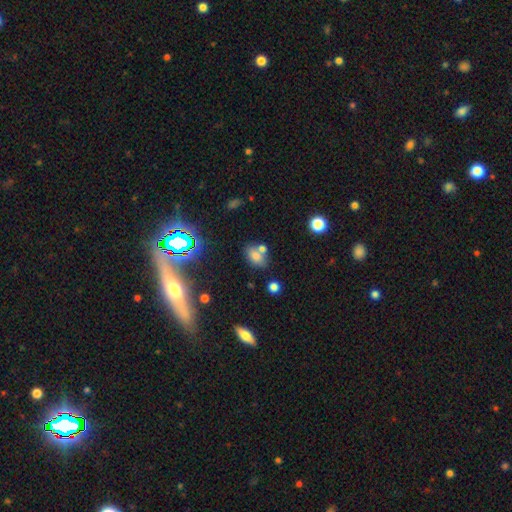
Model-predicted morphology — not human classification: A smooth galaxy with no disk features (69%) that is in between round and cigar-shaped (73%). Merging: none (55%).